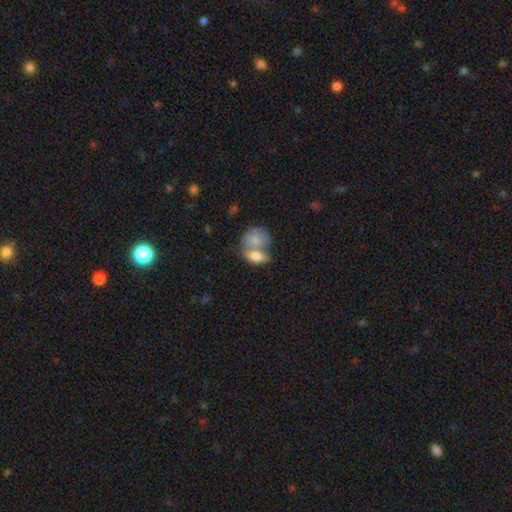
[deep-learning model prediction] Morphology: type=smooth (74%); roundness=in between (73%); merging=merger (57%).